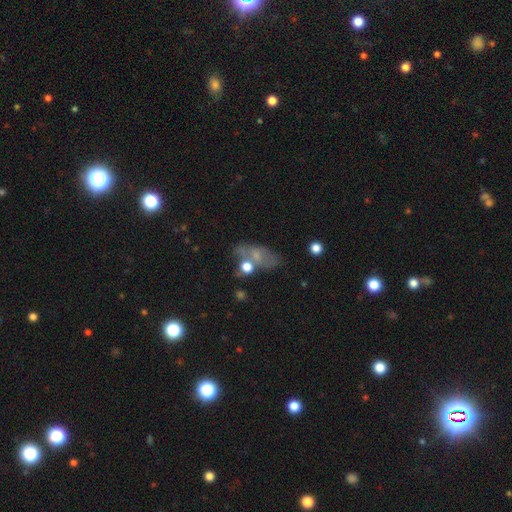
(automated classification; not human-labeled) Morphology: type=smooth (42%); merging=none (45%).